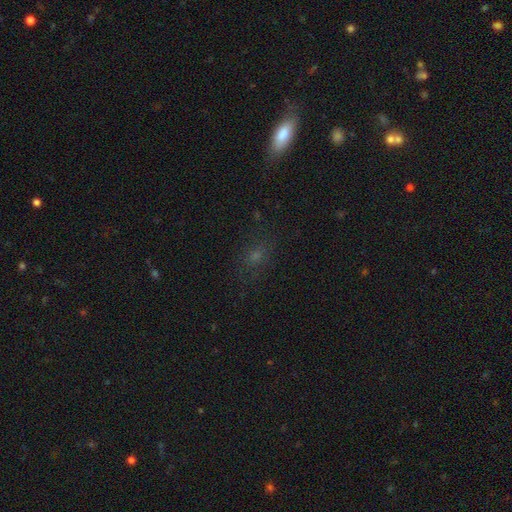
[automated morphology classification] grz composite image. It shows a smooth galaxy with no disk features (48%). Merging: none (78%).